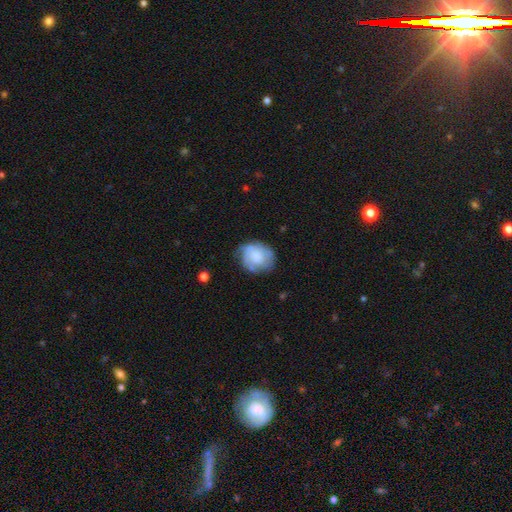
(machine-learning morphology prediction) smooth_or_featured: smooth (p=0.48) [alt: featured or disk p=0.44]
merging: none (p=0.61) [alt: minor disturbance p=0.26]